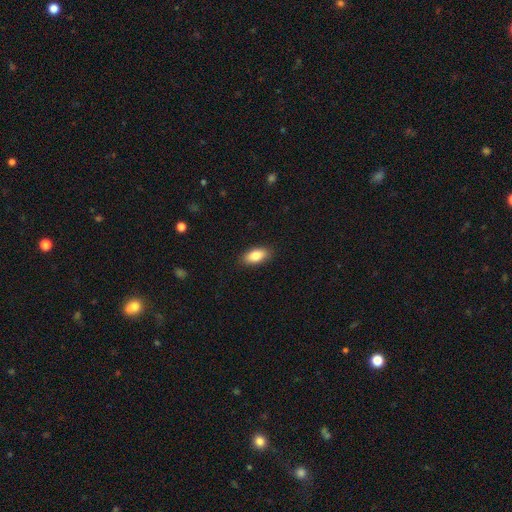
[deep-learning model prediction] Smooth or featured? smooth (85%)
How rounded? in between (91%)
Merging? none (88%)